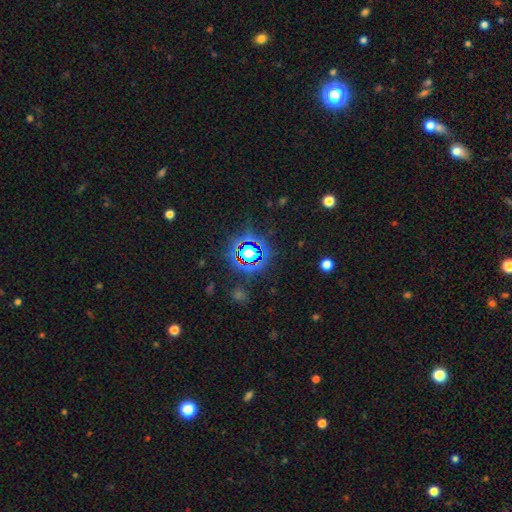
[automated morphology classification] Smooth or featured? star or artifact (78%)